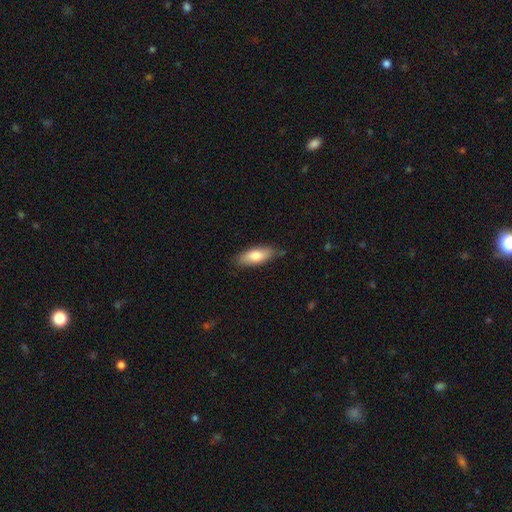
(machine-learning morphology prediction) Q: Smooth or featured?
A: smooth (76%); runner-up: featured or disk (18%)
Q: How rounded?
A: in between (70%); runner-up: cigar-shaped (28%)
Q: Merging?
A: none (78%); runner-up: minor disturbance (18%)